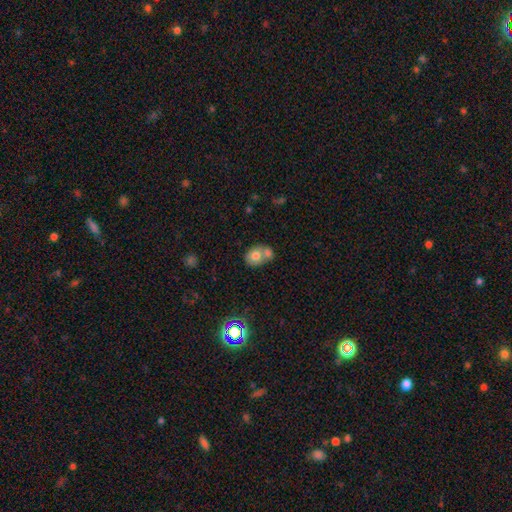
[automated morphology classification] Smooth or featured? Predicted: smooth (p=0.71). How rounded? Predicted: round (p=0.52). Merging? Predicted: merger (p=0.53).